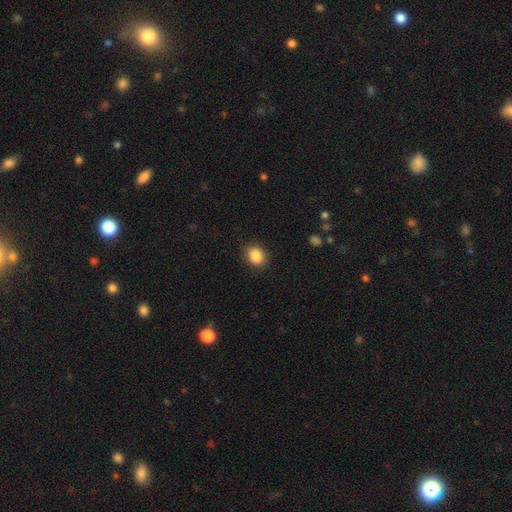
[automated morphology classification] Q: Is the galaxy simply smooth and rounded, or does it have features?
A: smooth — 87%.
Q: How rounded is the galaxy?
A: round — 66%.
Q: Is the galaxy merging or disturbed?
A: none — 90%.